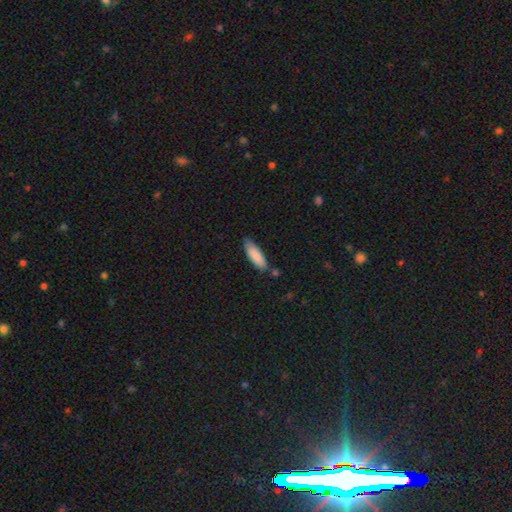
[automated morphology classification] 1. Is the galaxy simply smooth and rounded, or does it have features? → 86% smooth, 9% featured or disk, 6% star or artifact.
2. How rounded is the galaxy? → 52% in between, 47% cigar-shaped, 1% round.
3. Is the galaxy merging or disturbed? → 69% none, 23% minor disturbance, 5% merger, 3% major disturbance.